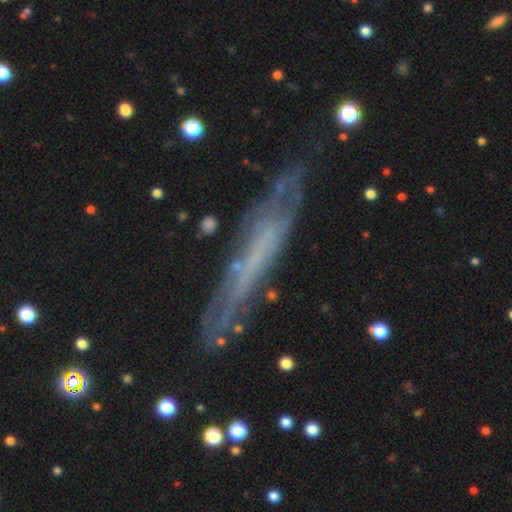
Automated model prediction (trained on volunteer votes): featured or disk 62%, smooth 28%, star or artifact 10%. Down the decision tree: edge-on disk — yes (72%); merging — none (74%).